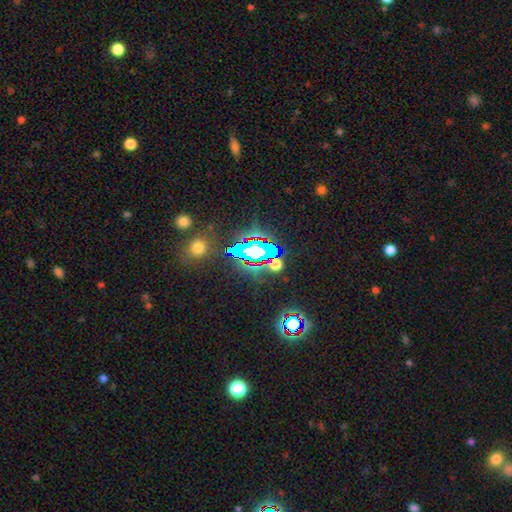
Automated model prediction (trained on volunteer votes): Morphology: type=star or artifact (78%).